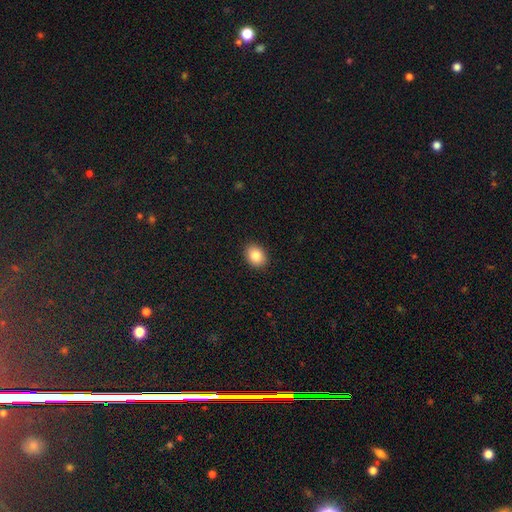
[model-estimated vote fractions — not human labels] smooth-or-featured: smooth: 84% | star or artifact: 9% | featured or disk: 7%
  how-rounded: in between: 57% | round: 42% | cigar-shaped: 1%
  merging: none: 91% | minor disturbance: 7% | major disturbance: 2% | merger: 1%